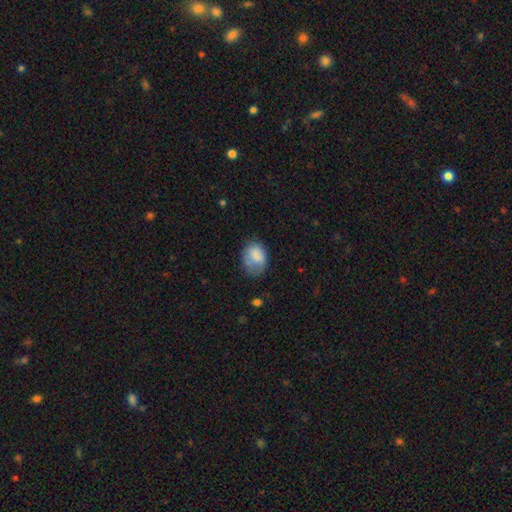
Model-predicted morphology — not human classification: type=smooth (78%); roundness=in between (70%); merging=none (50%).